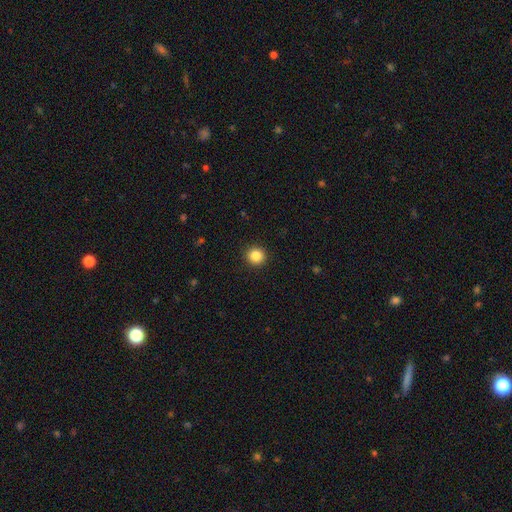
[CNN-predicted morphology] This appears to be a smooth galaxy with no disk features (86%) that is round (94%). Merging: none (93%).